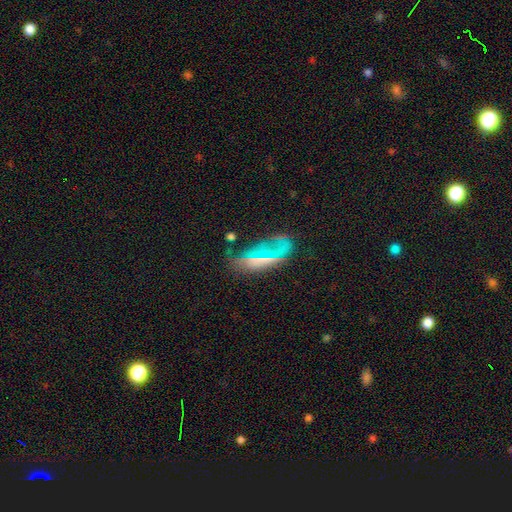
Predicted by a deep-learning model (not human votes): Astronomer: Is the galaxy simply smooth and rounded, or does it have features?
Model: smooth — 46% (runner-up: featured or disk, 33%).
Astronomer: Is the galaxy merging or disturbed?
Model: none — 67%.